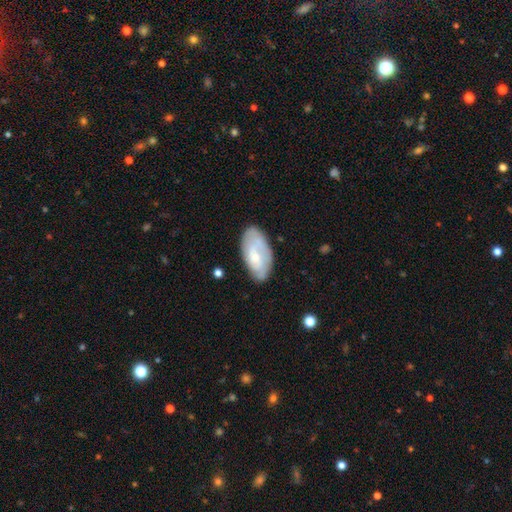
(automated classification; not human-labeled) Q: Smooth or featured?
A: featured or disk (52%); runner-up: smooth (42%)
Q: Edge-on disk?
A: no (93%); runner-up: yes (7%)
Q: Merging?
A: none (71%); runner-up: minor disturbance (22%)